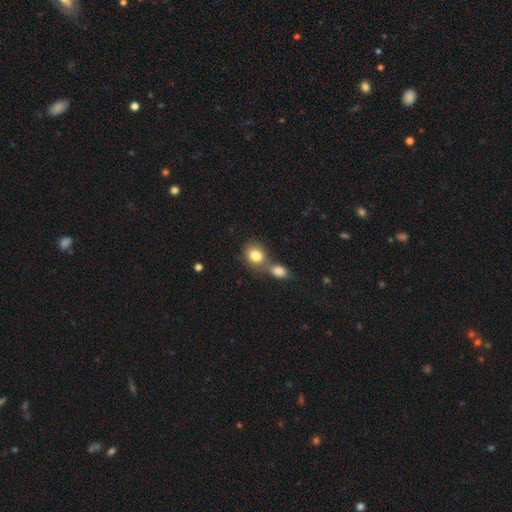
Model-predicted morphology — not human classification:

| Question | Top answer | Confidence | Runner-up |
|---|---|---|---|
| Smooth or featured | smooth | 82% | featured or disk (9%) |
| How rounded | round | 53% | in between (46%) |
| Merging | merger | 51% | none (37%) |